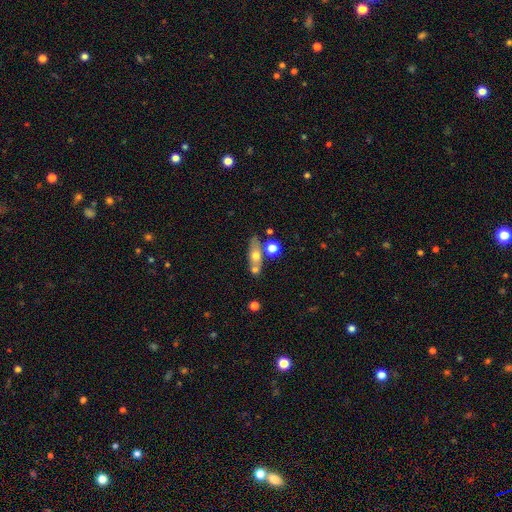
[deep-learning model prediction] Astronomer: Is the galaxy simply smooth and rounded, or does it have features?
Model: smooth — 55% (runner-up: featured or disk, 34%).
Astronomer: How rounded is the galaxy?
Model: in between — 49% (runner-up: cigar-shaped, 34%).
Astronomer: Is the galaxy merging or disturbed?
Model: none — 57%.